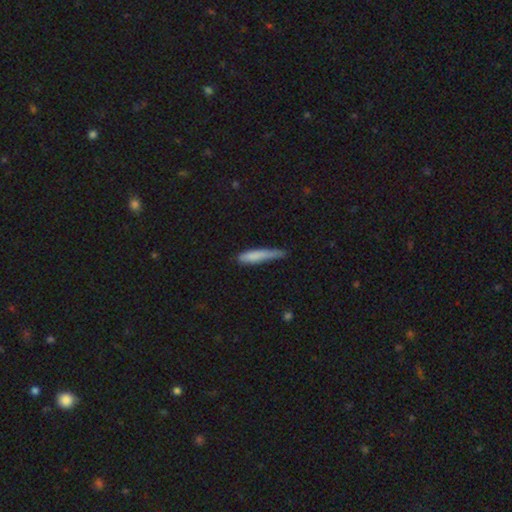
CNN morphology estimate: A smooth galaxy with no disk features (78%) that is cigar-shaped (90%).

Vote fractions:
- Smooth or featured? smooth: 78% / featured or disk: 15% / star or artifact: 7%
- How rounded? cigar-shaped: 90% / in between: 8% / round: 2%
- Merging? none: 51% / minor disturbance: 37% / major disturbance: 9% / merger: 3%